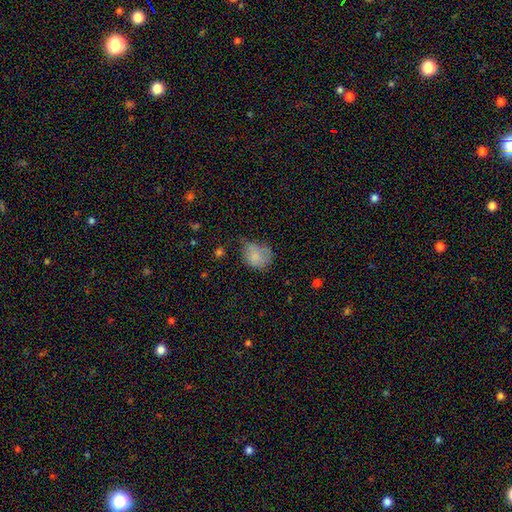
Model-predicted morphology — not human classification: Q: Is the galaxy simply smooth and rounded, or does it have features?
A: smooth — 76%.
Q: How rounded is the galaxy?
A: round — 58%.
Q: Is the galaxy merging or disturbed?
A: minor disturbance — 40%.